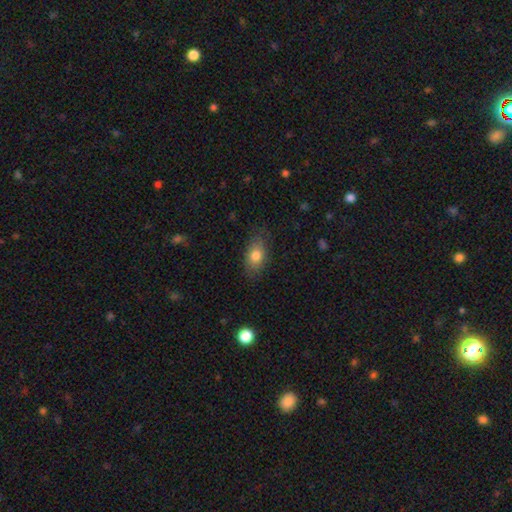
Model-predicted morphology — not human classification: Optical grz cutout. It shows a smooth galaxy with no disk features (80%) that is in between round and cigar-shaped (87%). Merging: none (78%).